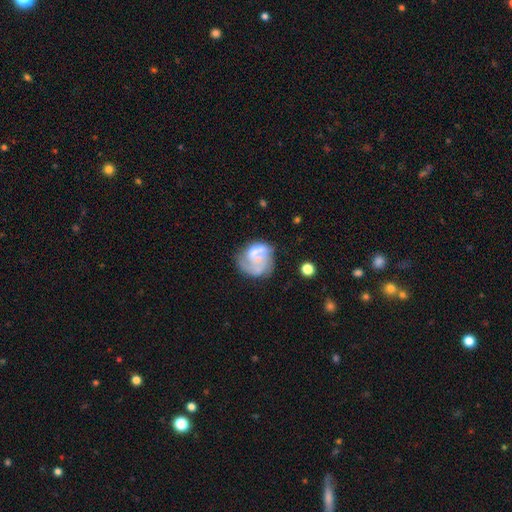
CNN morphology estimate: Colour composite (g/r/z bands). It shows a featured or disk galaxy (50%). Merging: none (35%).